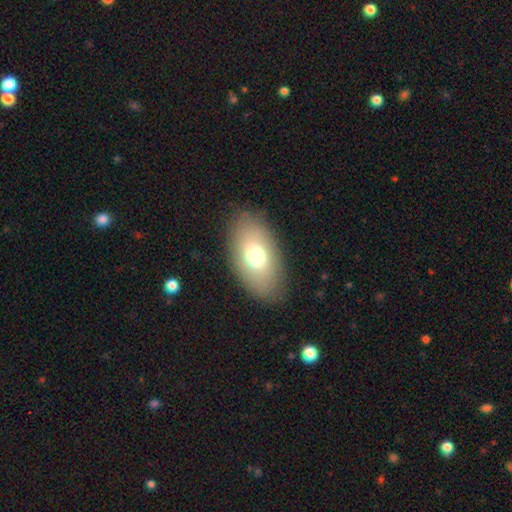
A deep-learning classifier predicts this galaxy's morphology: Overall: smooth (71%). How rounded: in between (91%). Merging: none (84%).